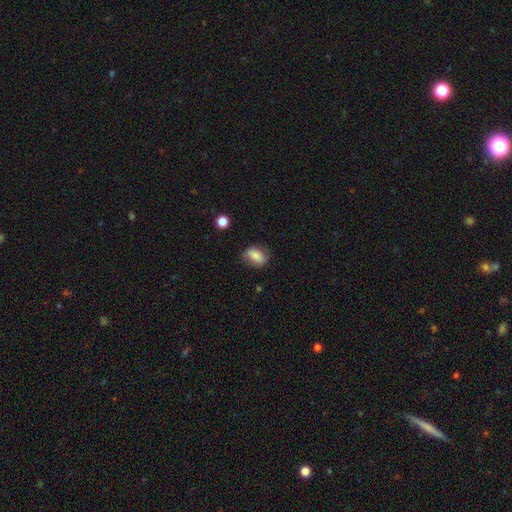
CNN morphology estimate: Smooth or featured?
  - smooth: 78% *
  - featured or disk: 14%
  - star or artifact: 8%
How rounded?
  - in between: 78% *
  - round: 19%
  - cigar-shaped: 4%
Merging?
  - none: 73% *
  - minor disturbance: 20%
  - major disturbance: 5%
  - merger: 2%